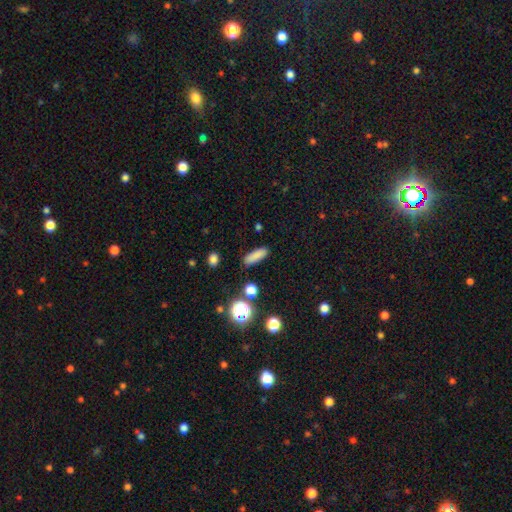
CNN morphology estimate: Smooth or featured? Predicted: smooth (p=0.82). How rounded? Predicted: cigar-shaped (p=0.50). Merging? Predicted: none (p=0.86).